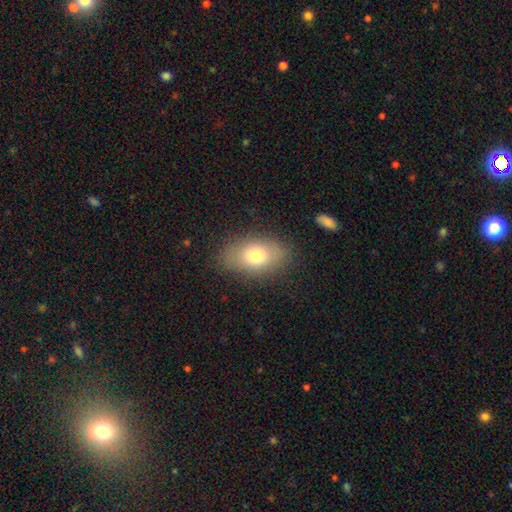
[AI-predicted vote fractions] Q: Smooth or featured?
A: smooth (75%); runner-up: featured or disk (17%)
Q: How rounded?
A: in between (89%); runner-up: round (8%)
Q: Merging?
A: none (83%); runner-up: minor disturbance (12%)